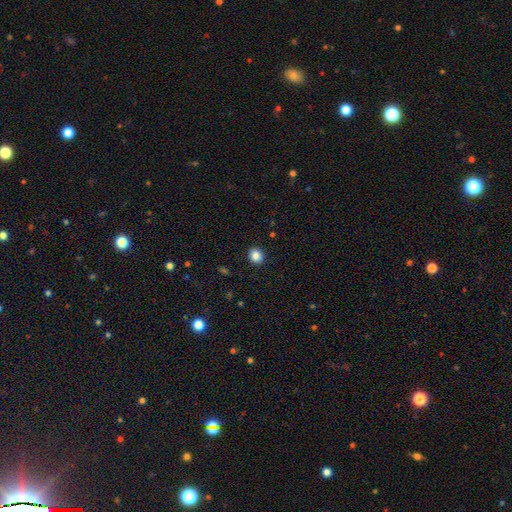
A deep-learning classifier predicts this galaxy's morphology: A smooth galaxy with no disk features (86%) that is round (73%).

Vote fractions:
- Smooth or featured? smooth: 86% / star or artifact: 10% / featured or disk: 4%
- How rounded? round: 73% / in between: 26% / cigar-shaped: 1%
- Merging? none: 92% / minor disturbance: 6% / major disturbance: 2% / merger: 1%